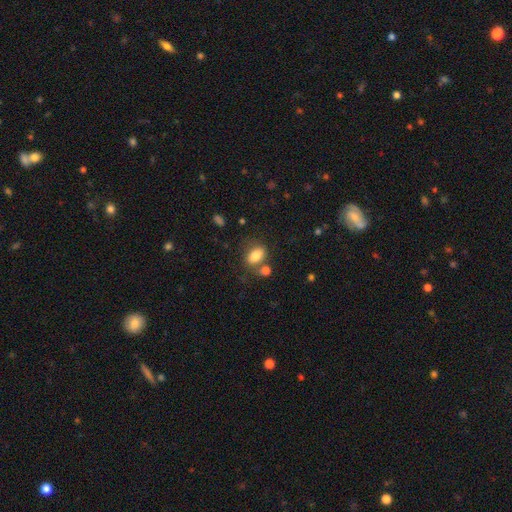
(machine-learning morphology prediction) Smooth or featured? Predicted: smooth (p=0.82). How rounded? Predicted: in between (p=0.82). Merging? Predicted: none (p=0.60).